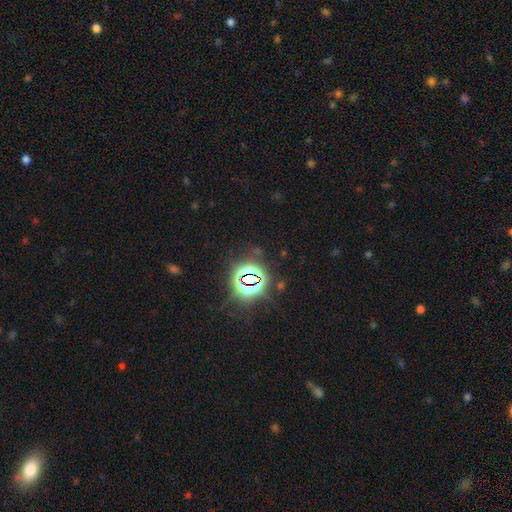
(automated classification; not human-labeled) A star or artifact, not a galaxy (80%).